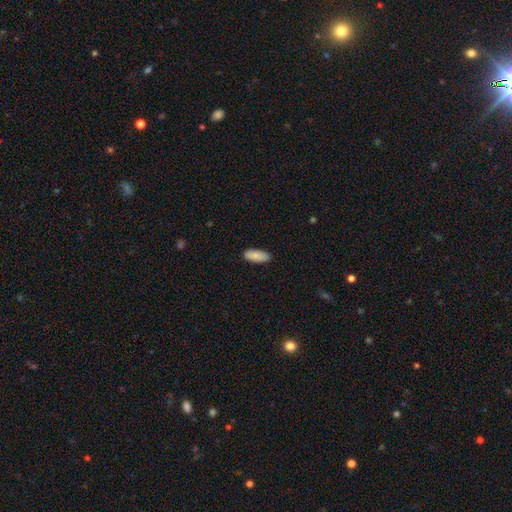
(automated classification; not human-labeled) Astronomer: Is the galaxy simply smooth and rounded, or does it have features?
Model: smooth — 86%.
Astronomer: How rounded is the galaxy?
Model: in between — 83%.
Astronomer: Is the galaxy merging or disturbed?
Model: none — 86%.